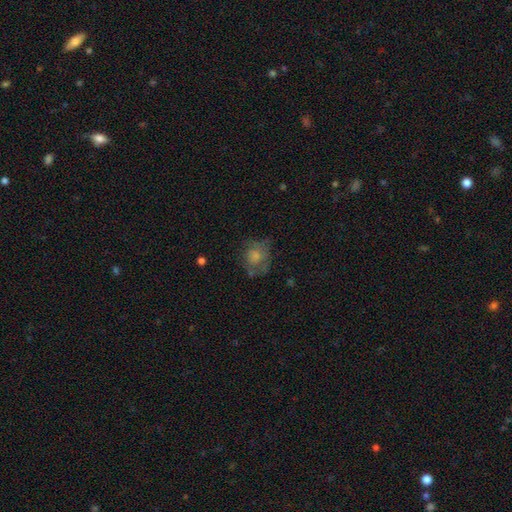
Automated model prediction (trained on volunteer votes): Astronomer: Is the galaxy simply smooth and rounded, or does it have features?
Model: smooth — 63%.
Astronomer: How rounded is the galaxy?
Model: round — 72%.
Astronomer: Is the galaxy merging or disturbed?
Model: none — 50% (runner-up: minor disturbance, 27%).